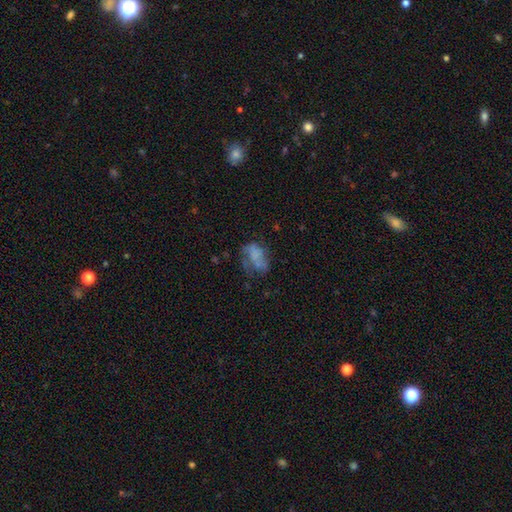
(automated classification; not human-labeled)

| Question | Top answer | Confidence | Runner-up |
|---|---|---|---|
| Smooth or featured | featured or disk | 44% | tied: smooth (44%) |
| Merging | none | 38% | major disturbance (31%) |